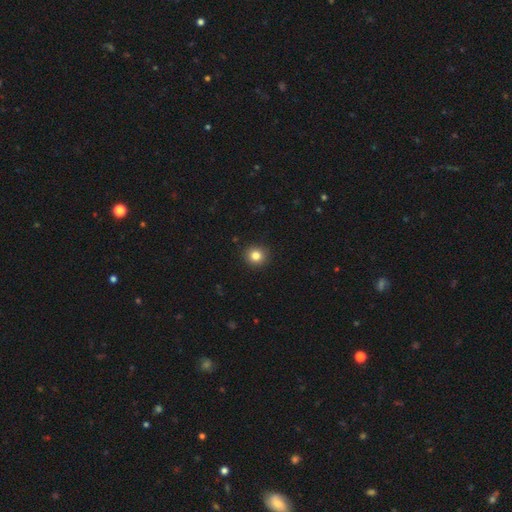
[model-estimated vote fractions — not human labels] This appears to be a smooth galaxy with no disk features (83%) that is round (91%). Merging: none (92%).